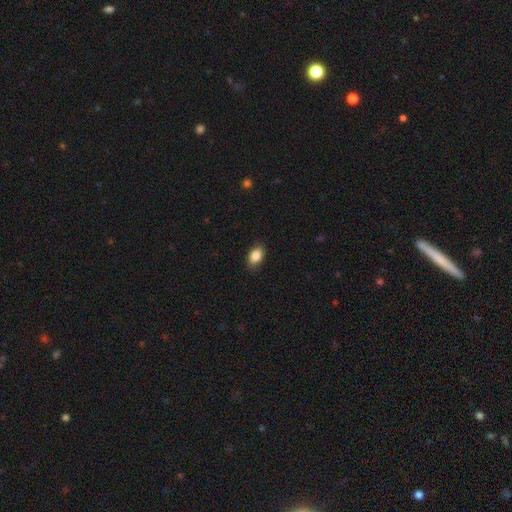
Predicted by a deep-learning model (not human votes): The model was most divided on "merging": none: 87%, minor disturbance: 9%, major disturbance: 2%, merger: 1%. More confident: how rounded — in between (90%); smooth or featured — smooth (87%).